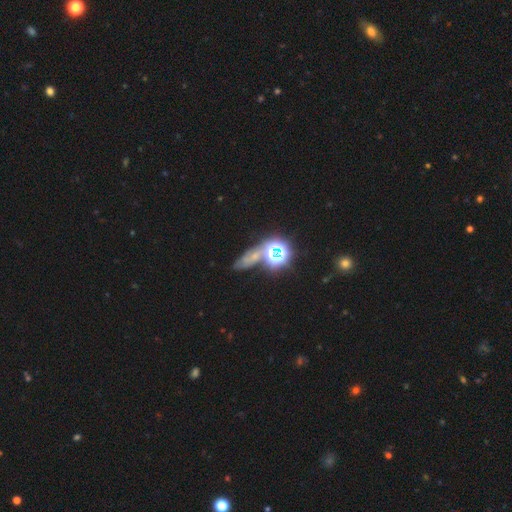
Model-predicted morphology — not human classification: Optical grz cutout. It shows a star or artifact, not a galaxy (60%).